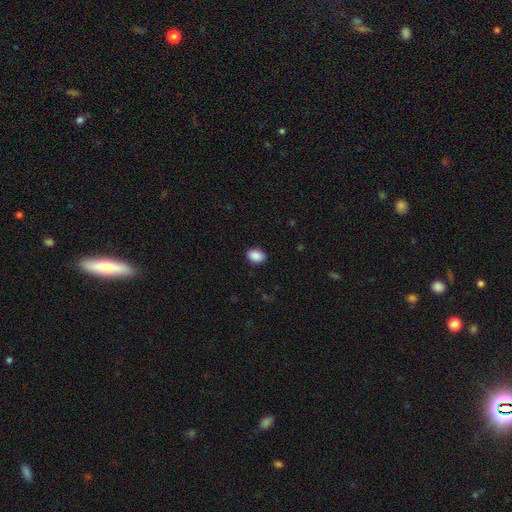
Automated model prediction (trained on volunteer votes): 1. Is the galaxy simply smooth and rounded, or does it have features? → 90% smooth, 7% star or artifact, 3% featured or disk.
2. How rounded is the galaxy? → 77% in between, 22% round, 1% cigar-shaped.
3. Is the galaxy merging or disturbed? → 90% none, 8% minor disturbance, 2% major disturbance, 1% merger.